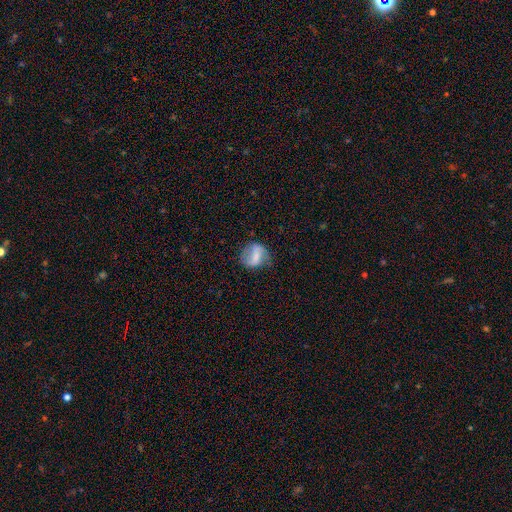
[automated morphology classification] Q: Smooth or featured?
A: smooth (46%); runner-up: featured or disk (45%)
Q: Merging?
A: none (59%); runner-up: minor disturbance (26%)